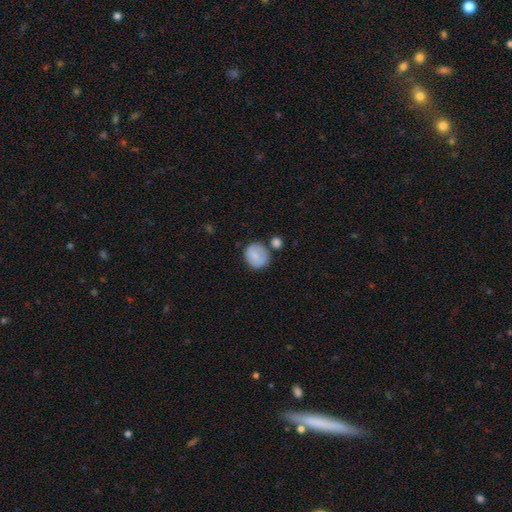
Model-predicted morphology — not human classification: smooth_or_featured: smooth (p=0.83) [alt: featured or disk p=0.10]
how_rounded: round (p=0.75) [alt: in between p=0.24]
merging: none (p=0.67) [alt: minor disturbance p=0.17]